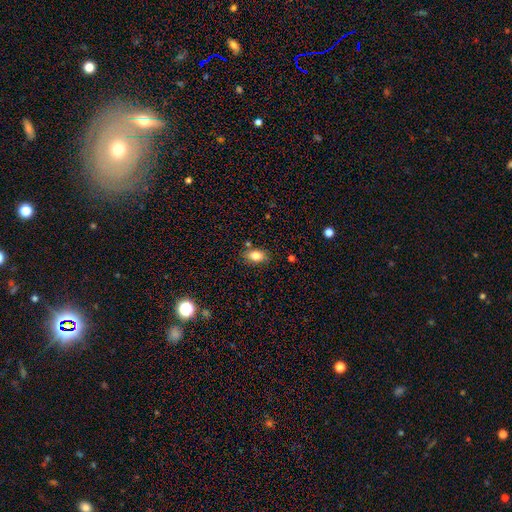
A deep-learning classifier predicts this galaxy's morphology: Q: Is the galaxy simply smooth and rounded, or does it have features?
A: smooth — 83%.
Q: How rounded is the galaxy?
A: in between — 86%.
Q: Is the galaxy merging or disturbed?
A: none — 79%.